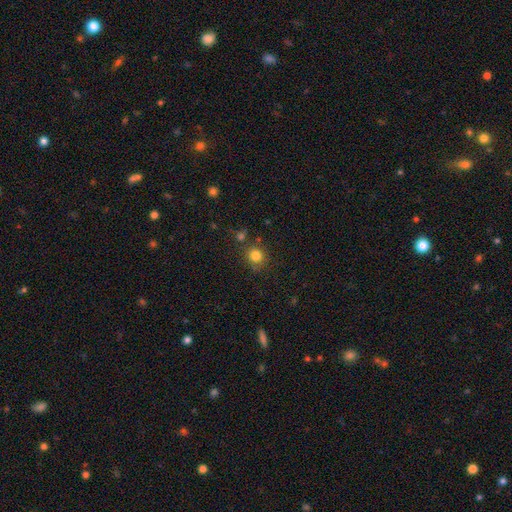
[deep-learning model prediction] Smooth or featured? smooth (81%)
How rounded? round (87%)
Merging? none (79%)